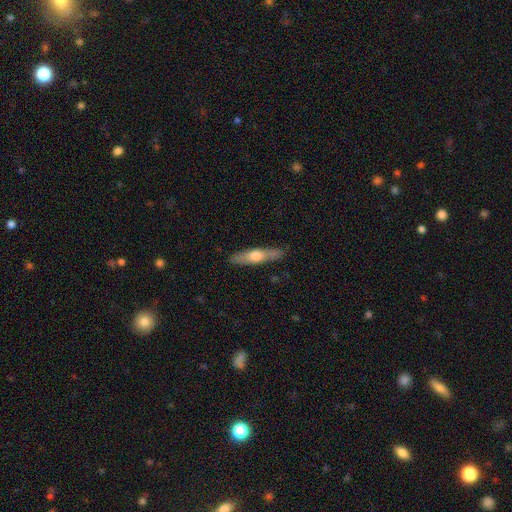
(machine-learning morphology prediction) Smooth or featured: smooth — 50% (featured or disk — 45%)
Merging: none — 86% (minor disturbance — 10%)